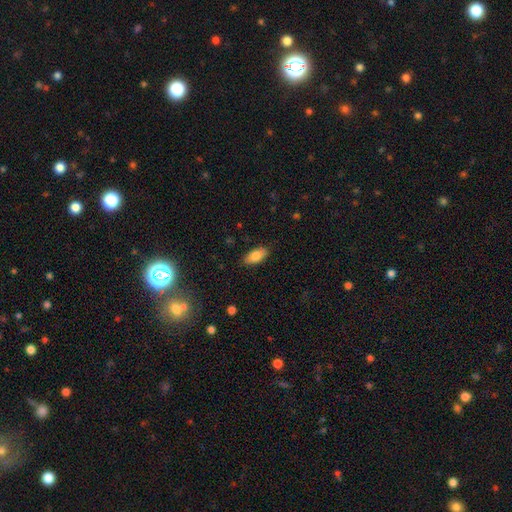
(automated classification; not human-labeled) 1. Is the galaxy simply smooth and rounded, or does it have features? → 82% smooth, 11% featured or disk, 7% star or artifact.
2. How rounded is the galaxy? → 89% in between, 9% cigar-shaped, 3% round.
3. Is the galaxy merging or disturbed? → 86% none, 11% minor disturbance, 2% major disturbance, 1% merger.